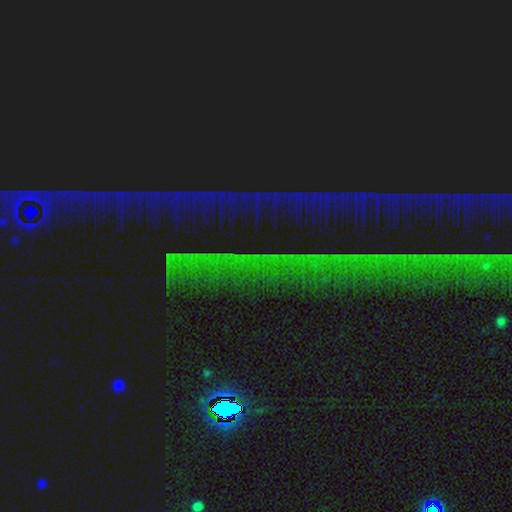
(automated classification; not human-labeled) smooth-or-featured: star or artifact: 87% | featured or disk: 7% | smooth: 6%